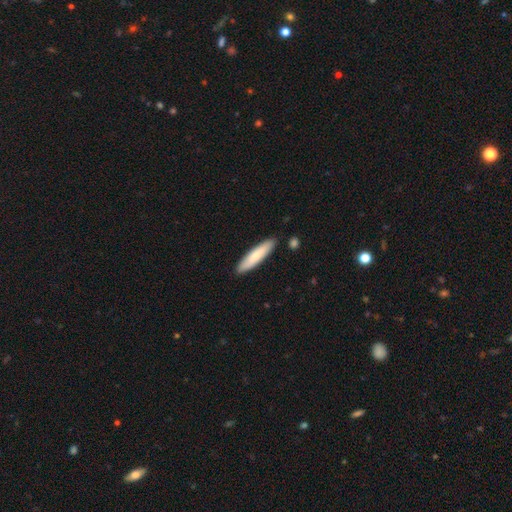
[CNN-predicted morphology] This is likely a smooth galaxy (79%). How rounded: clearly cigar-shaped (81%). Merging: clearly none (88%).